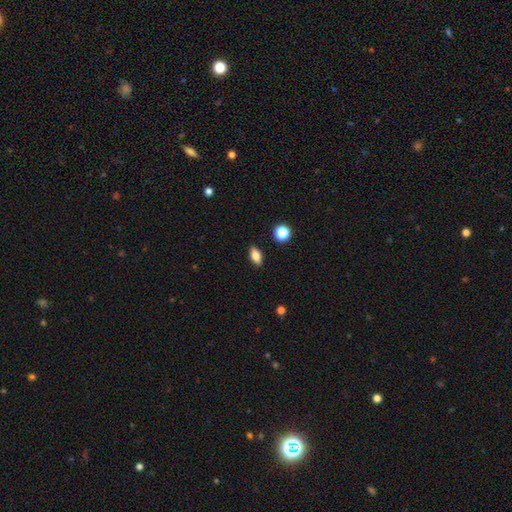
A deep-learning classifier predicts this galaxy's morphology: type=smooth (74%); roundness=in between (80%); merging=none (88%).